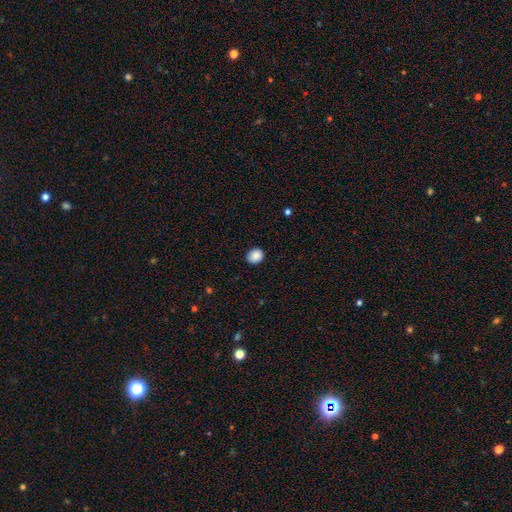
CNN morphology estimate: Overall: smooth (87%). How rounded: round (74%). Merging: none (88%).